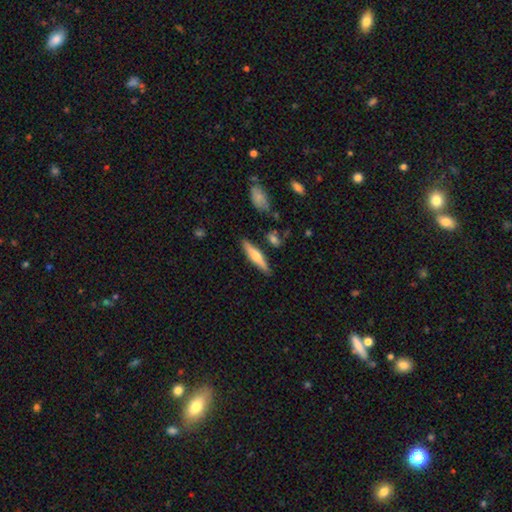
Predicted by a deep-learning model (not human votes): smooth_or_featured: featured or disk (p=0.50) [alt: smooth p=0.45]
merging: none (p=0.86) [alt: minor disturbance p=0.09]